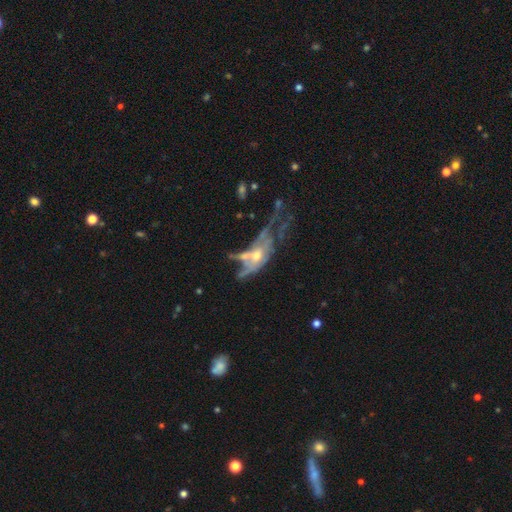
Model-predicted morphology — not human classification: Smooth or featured? Predicted: featured or disk (p=0.72). Edge-on disk? Predicted: no (p=0.87). Bar? Predicted: no (p=0.74). Spiral arms? Predicted: yes (p=0.51). Bulge size? Predicted: moderate (p=0.55). Merging? Predicted: major disturbance (p=0.44).